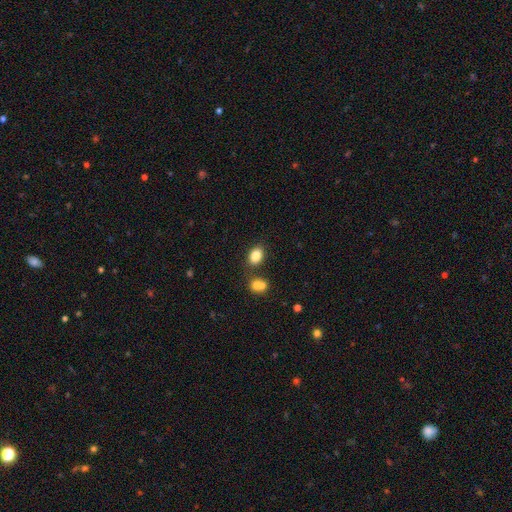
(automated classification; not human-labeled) This appears to be a smooth galaxy with no disk features (84%) that is in between round and cigar-shaped (75%). Merging: none (72%).